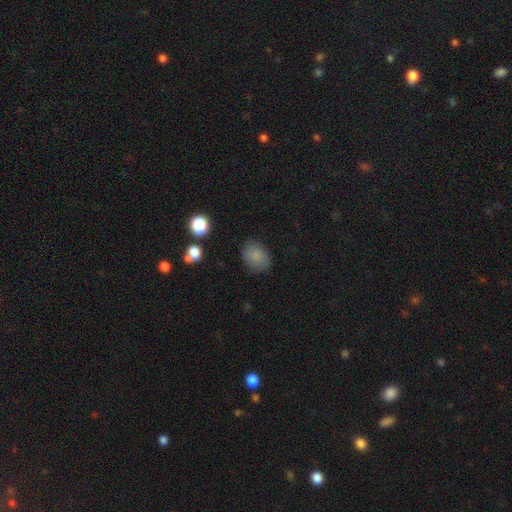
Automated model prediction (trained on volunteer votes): Q: Smooth or featured?
A: smooth (81%); runner-up: star or artifact (9%)
Q: How rounded?
A: in between (60%); runner-up: round (39%)
Q: Merging?
A: none (78%); runner-up: minor disturbance (16%)